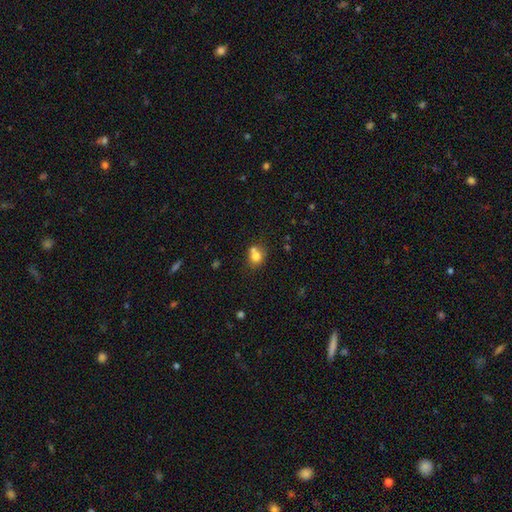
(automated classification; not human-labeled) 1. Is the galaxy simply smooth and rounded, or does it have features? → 76% smooth, 13% featured or disk, 12% star or artifact.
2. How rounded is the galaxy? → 70% round, 29% in between, 1% cigar-shaped.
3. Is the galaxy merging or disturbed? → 47% none, 39% merger, 11% minor disturbance, 4% major disturbance.